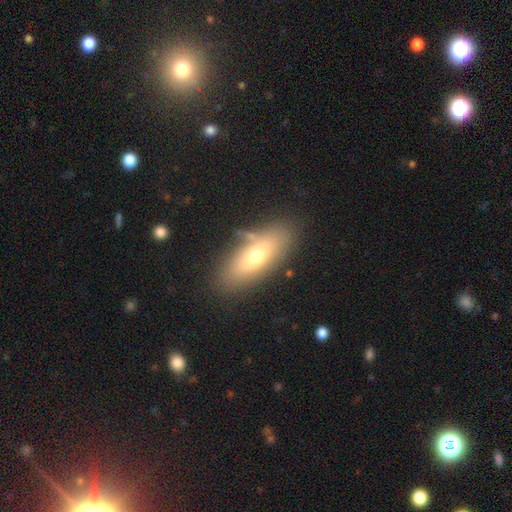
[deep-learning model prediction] smooth-or-featured: smooth: 62% | featured or disk: 29% | star or artifact: 9%
  how-rounded: in between: 71% | cigar-shaped: 26% | round: 4%
  merging: none: 76% | minor disturbance: 14% | merger: 6% | major disturbance: 5%